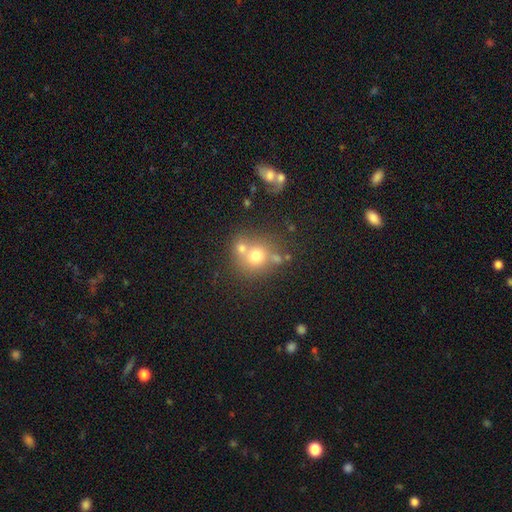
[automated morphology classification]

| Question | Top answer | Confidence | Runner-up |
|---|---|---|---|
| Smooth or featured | smooth | 68% | featured or disk (18%) |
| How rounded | round | 83% | in between (16%) |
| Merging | none | 48% | merger (37%) |